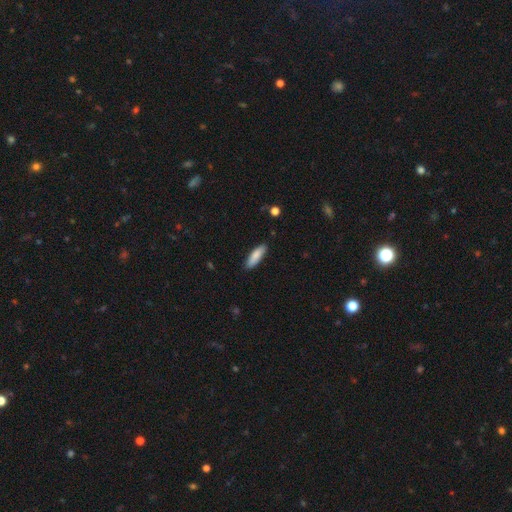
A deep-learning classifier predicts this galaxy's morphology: This appears to be a smooth galaxy with no disk features (85%) that is cigar-shaped (55%). Merging: none (87%).